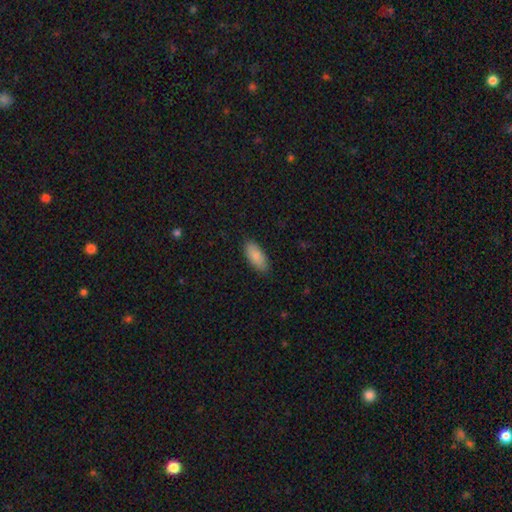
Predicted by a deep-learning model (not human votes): This appears to be a smooth galaxy with no disk features (88%) that is in between round and cigar-shaped (86%). Merging: none (86%).